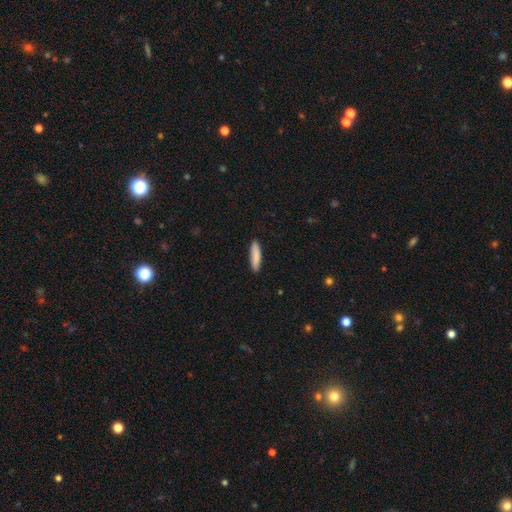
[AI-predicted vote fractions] Q: Smooth or featured?
A: smooth (87%); runner-up: featured or disk (8%)
Q: How rounded?
A: cigar-shaped (78%); runner-up: in between (21%)
Q: Merging?
A: none (89%); runner-up: minor disturbance (8%)